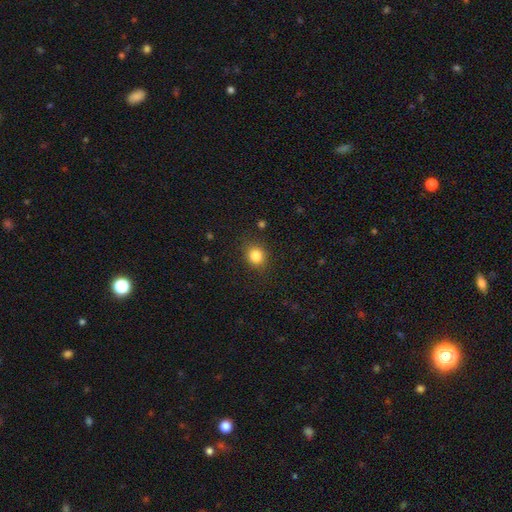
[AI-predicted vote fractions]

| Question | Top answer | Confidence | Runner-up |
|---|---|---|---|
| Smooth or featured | smooth | 84% | star or artifact (11%) |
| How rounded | round | 73% | in between (26%) |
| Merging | none | 83% | minor disturbance (12%) |